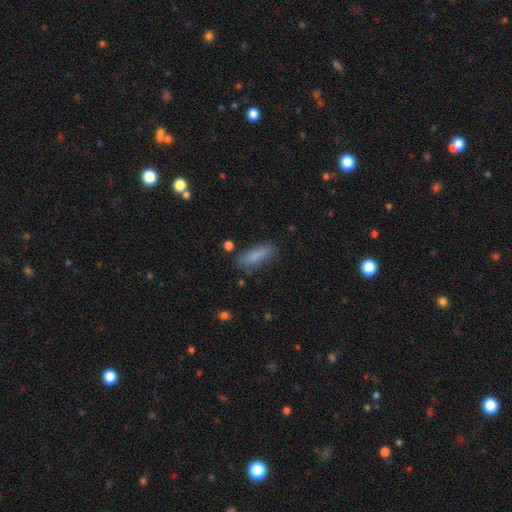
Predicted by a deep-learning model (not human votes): A smooth galaxy with no disk features (84%) that is in between round and cigar-shaped (51%). Merging: none (78%).